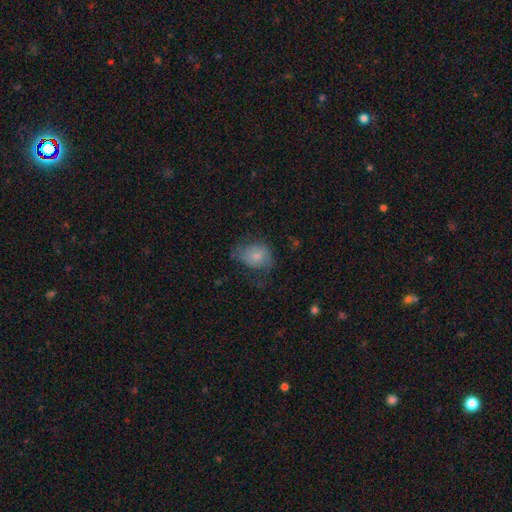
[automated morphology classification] Smooth or featured? Predicted: smooth (p=0.68). How rounded? Predicted: in between (p=0.53). Merging? Predicted: none (p=0.48).